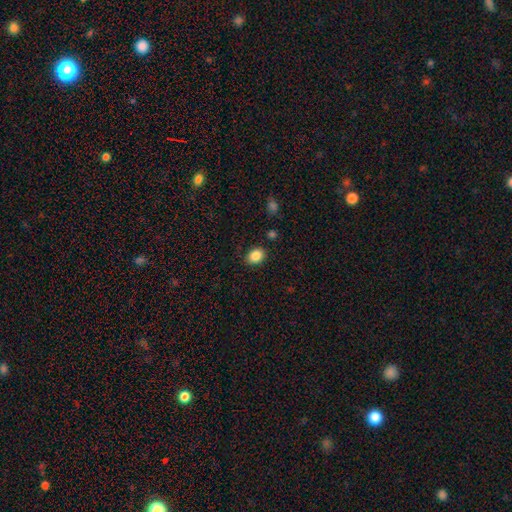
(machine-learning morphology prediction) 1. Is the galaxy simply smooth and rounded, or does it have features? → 87% smooth, 9% star or artifact, 4% featured or disk.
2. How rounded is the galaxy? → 62% in between, 37% round, 1% cigar-shaped.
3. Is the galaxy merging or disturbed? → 84% none, 11% minor disturbance, 3% major disturbance, 2% merger.